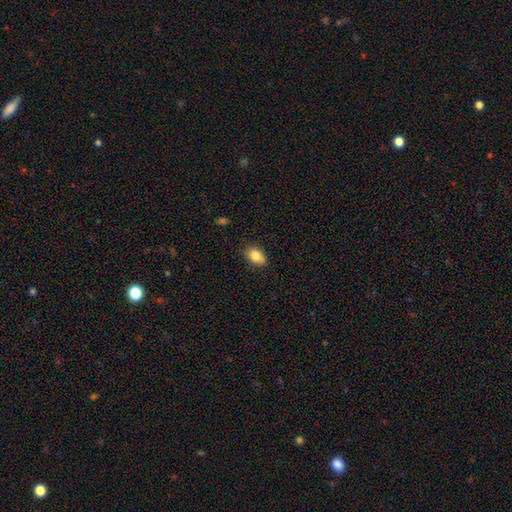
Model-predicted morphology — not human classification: type=smooth (84%); roundness=in between (84%); merging=none (78%).